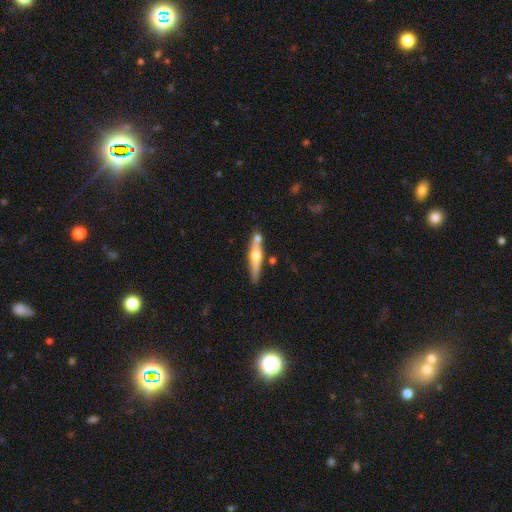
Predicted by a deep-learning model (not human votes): A featured or disk galaxy (62%) viewed edge-on (94%) with a rounded central bulge (93%). Merging: none (70%).